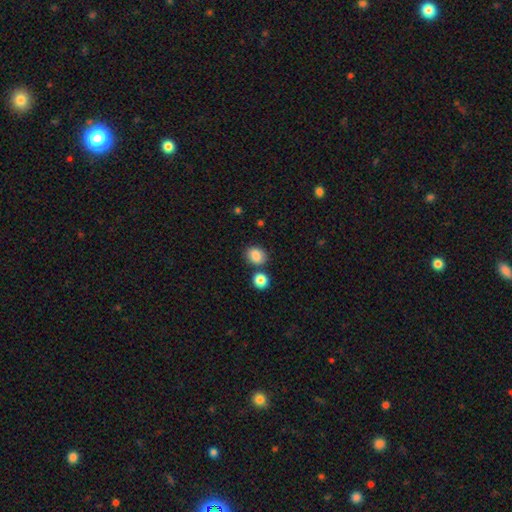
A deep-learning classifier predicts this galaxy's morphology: The model was most divided on "how rounded": round: 57%, in between: 42%, cigar-shaped: 1%. More confident: smooth or featured — smooth (85%); merging — none (73%).